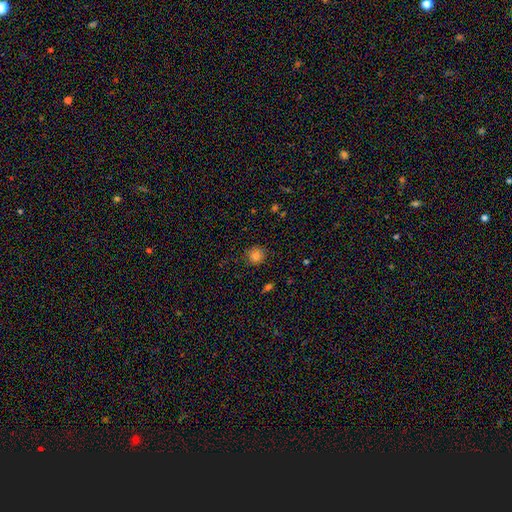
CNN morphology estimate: Smooth or featured?
  - smooth: 82% *
  - star or artifact: 12%
  - featured or disk: 6%
How rounded?
  - round: 91% *
  - in between: 8%
  - cigar-shaped: 1%
Merging?
  - none: 87% *
  - minor disturbance: 9%
  - major disturbance: 2%
  - merger: 1%